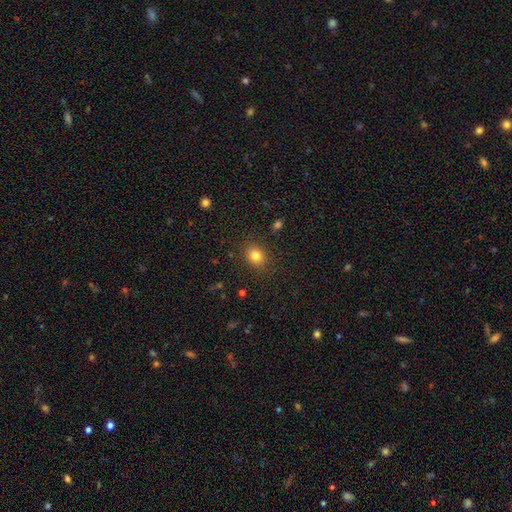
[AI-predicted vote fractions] A smooth galaxy with no disk features (82%) that is round (57%). Merging: none (87%).